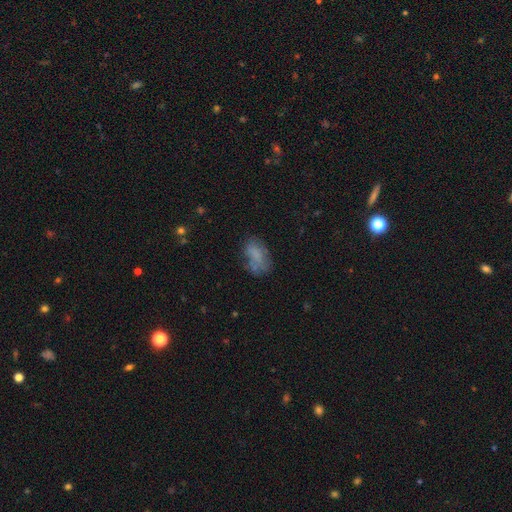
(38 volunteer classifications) This appears to be a smooth galaxy with no disk features (66%) that is in between round and cigar-shaped (96%). Merging: none (37%).